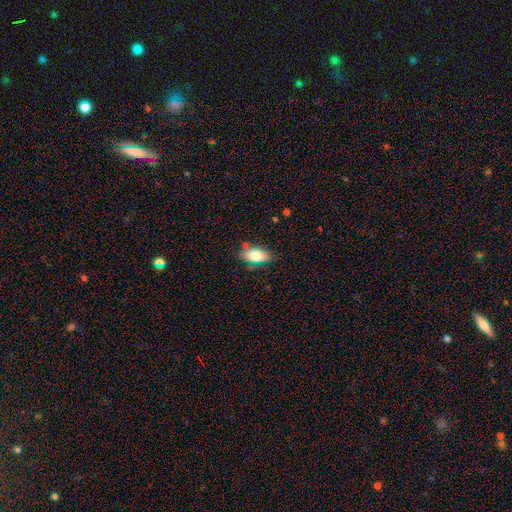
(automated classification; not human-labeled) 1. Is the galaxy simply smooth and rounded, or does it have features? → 78% smooth, 15% featured or disk, 7% star or artifact.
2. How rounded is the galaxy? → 90% in between, 6% cigar-shaped, 4% round.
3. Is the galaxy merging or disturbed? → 73% none, 18% minor disturbance, 6% merger, 4% major disturbance.